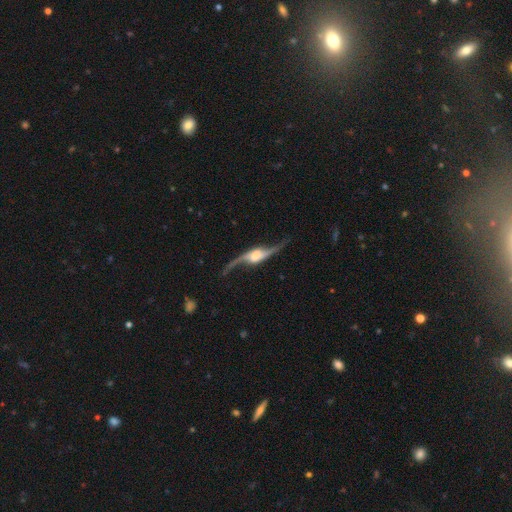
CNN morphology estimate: smooth_or_featured: featured or disk (p=0.89) [alt: smooth p=0.06]
disk_edge_on: no (p=0.73) [alt: yes p=0.27]
bar: no (p=0.43) [alt: weak p=0.36]
has_spiral_arms: yes (p=0.96) [alt: no p=0.04]
spiral_winding: loose (p=0.92) [alt: medium p=0.06]
spiral_arm_count: 2 (p=0.94) [alt: 1 p=0.02]
bulge_size: moderate (p=0.30) [alt: large p=0.29]
merging: none (p=0.74) [alt: minor disturbance p=0.14]